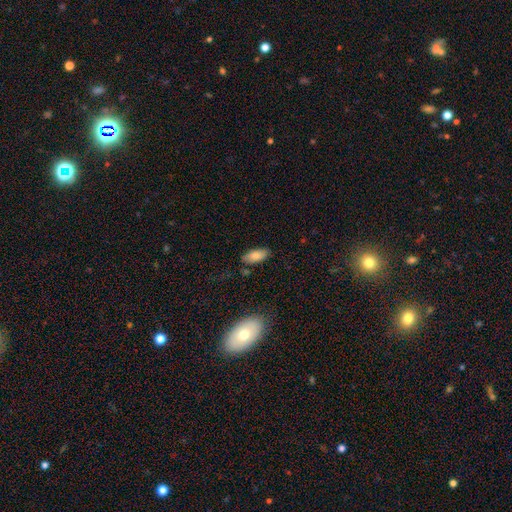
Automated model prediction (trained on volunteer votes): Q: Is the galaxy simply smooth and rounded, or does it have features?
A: smooth — 82%.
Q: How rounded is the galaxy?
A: in between — 88%.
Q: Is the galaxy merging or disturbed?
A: none — 82%.